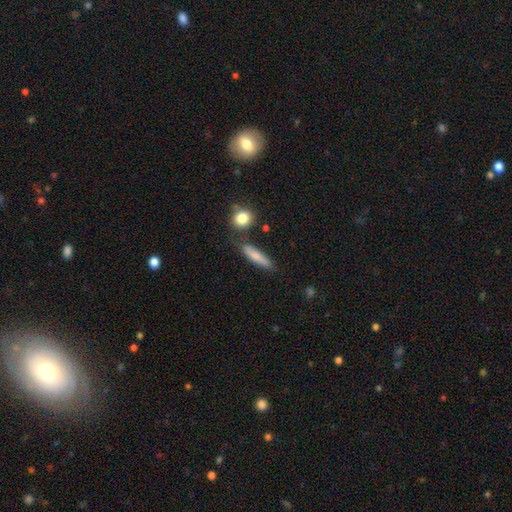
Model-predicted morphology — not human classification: This appears to be a smooth galaxy with no disk features (77%) that is cigar-shaped (74%). Merging: none (75%).